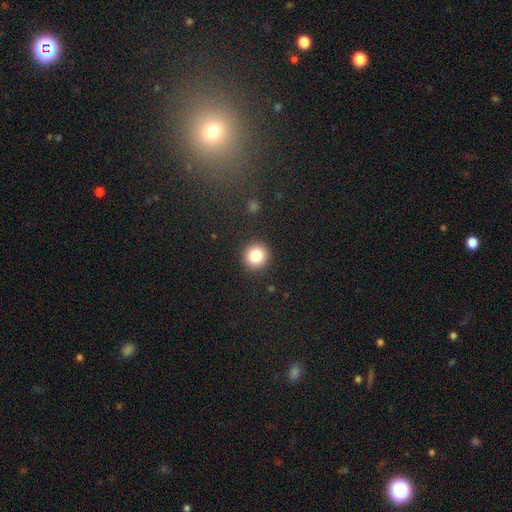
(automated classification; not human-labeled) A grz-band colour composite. It shows a smooth galaxy with no disk features (84%) that is round (92%). Merging: none (91%).